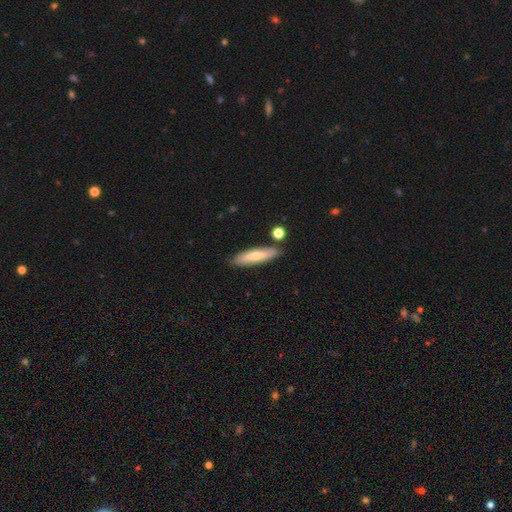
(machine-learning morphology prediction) A smooth galaxy with no disk features (61%) that is cigar-shaped (69%). Merging: none (81%).